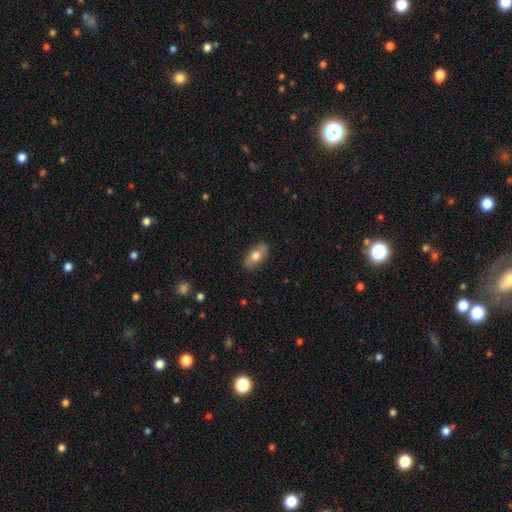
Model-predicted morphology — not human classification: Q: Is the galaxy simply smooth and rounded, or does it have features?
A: smooth — 71%.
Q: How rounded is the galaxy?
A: in between — 87%.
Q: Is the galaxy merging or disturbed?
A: none — 87%.